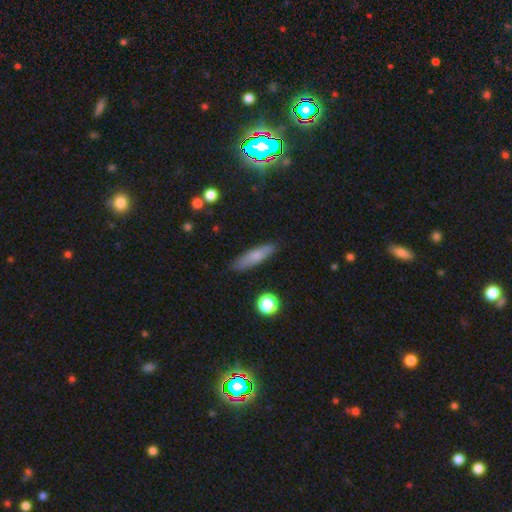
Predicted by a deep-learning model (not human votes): smooth 73%, featured or disk 20%, star or artifact 8%. Down the decision tree: how rounded — cigar-shaped (69%); merging — none (86%).